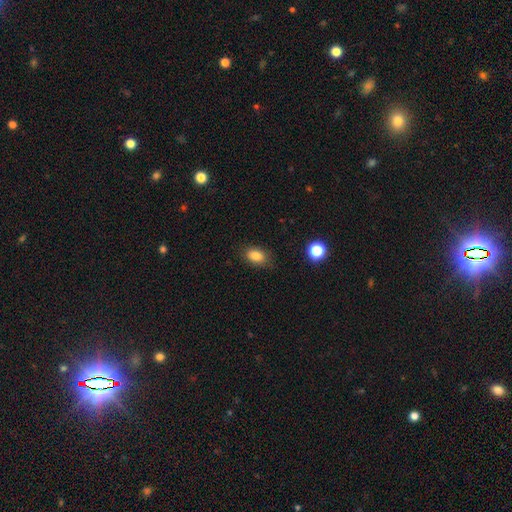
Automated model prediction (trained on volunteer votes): The model was most divided on "how rounded": in between: 82%, round: 16%, cigar-shaped: 2%. More confident: smooth or featured — smooth (84%); merging — none (82%).